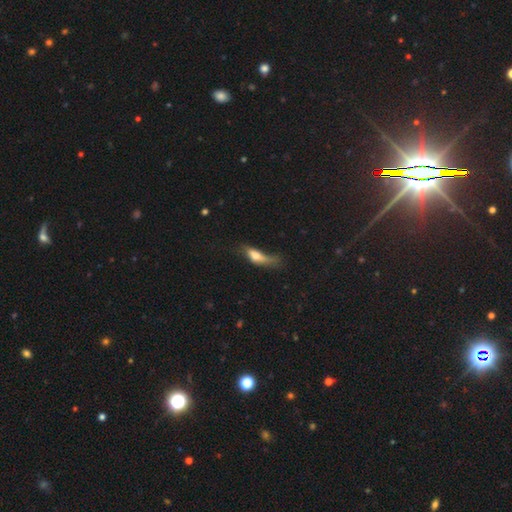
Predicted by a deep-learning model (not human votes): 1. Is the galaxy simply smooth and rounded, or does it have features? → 63% smooth, 28% featured or disk, 9% star or artifact.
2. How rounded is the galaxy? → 54% in between, 42% cigar-shaped, 4% round.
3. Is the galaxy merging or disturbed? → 40% major disturbance, 28% minor disturbance, 26% none, 6% merger.